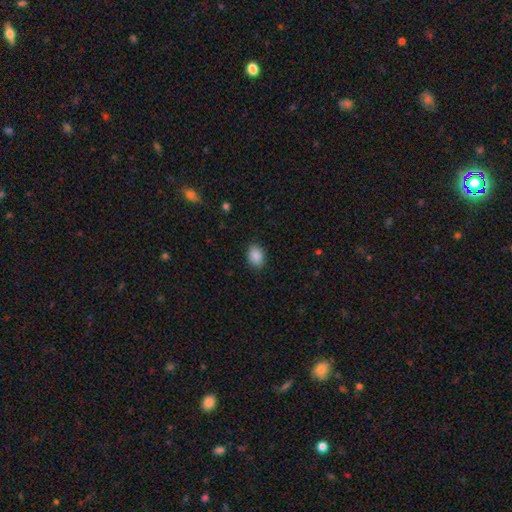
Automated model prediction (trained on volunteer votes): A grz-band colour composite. It shows a smooth galaxy with no disk features (89%) that is in between round and cigar-shaped (75%). Merging: none (88%).